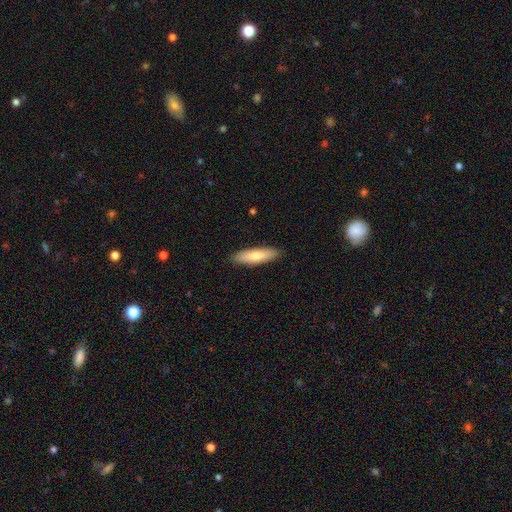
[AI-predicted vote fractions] Overall: smooth (75%). How rounded: cigar-shaped (64%; in between 35%). Merging: none (89%).